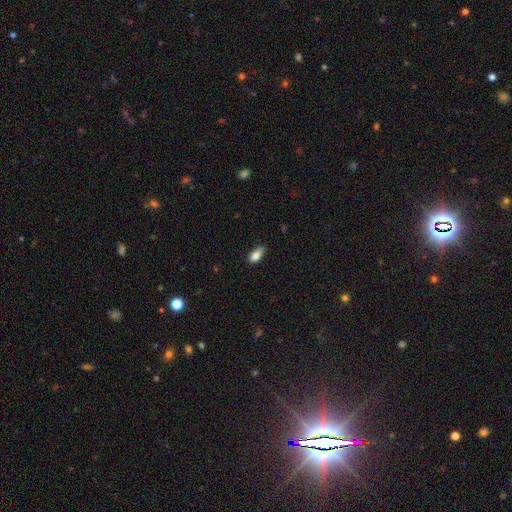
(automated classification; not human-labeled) A smooth galaxy with no disk features (83%) that is in between round and cigar-shaped (86%). Merging: none (68%).